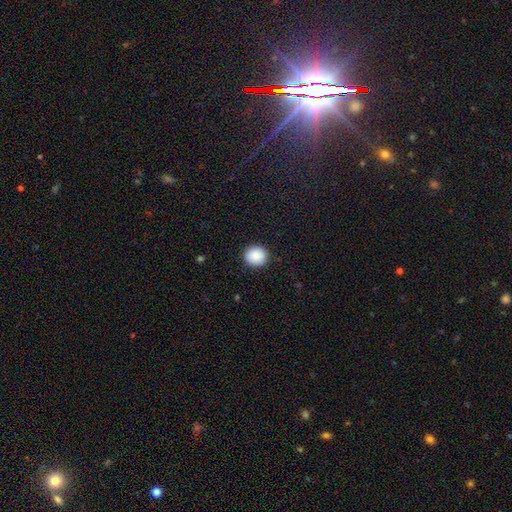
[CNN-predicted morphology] The model was most divided on "how rounded": round: 89%, in between: 10%, cigar-shaped: 1%. More confident: merging — none (92%); smooth or featured — smooth (89%).